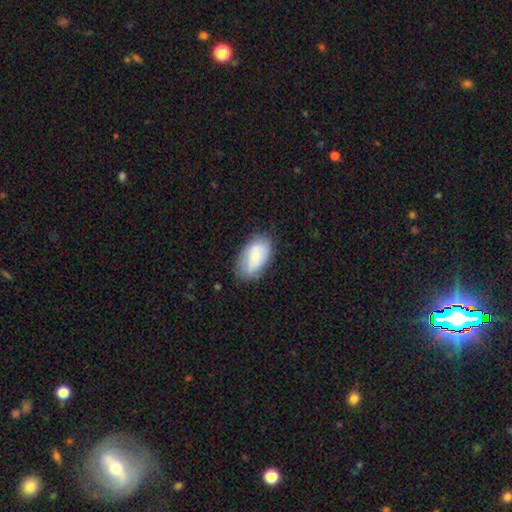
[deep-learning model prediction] The model was most divided on "merging": none: 71%, minor disturbance: 21%, major disturbance: 6%, merger: 2%. More confident: how rounded — in between (93%); smooth or featured — smooth (71%).